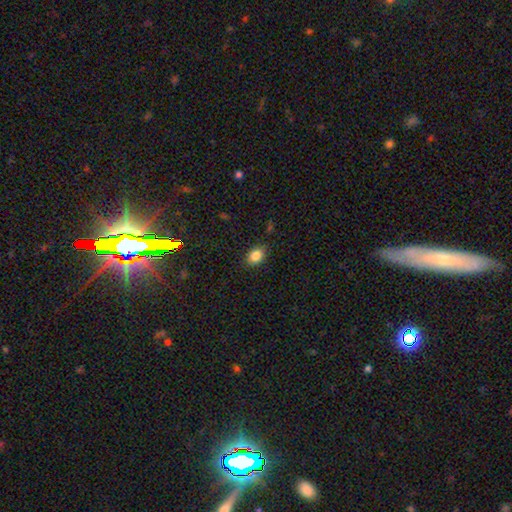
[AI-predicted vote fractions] The model was most divided on "how rounded": in between: 76%, round: 23%, cigar-shaped: 1%. More confident: merging — none (86%); smooth or featured — smooth (85%).